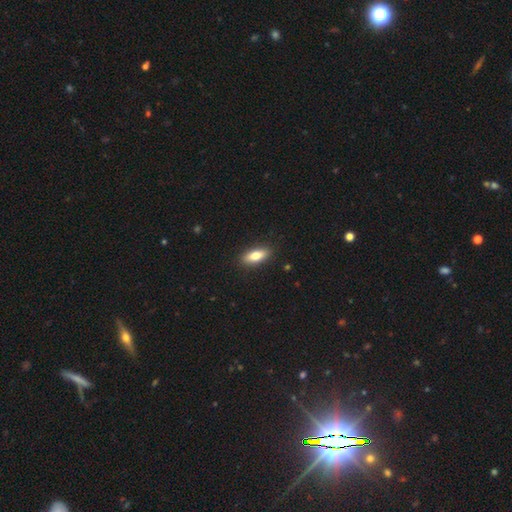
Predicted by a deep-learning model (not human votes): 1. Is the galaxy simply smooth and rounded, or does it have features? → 78% smooth, 16% featured or disk, 6% star or artifact.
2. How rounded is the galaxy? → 75% in between, 22% cigar-shaped, 3% round.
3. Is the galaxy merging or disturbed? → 89% none, 8% minor disturbance, 2% major disturbance, 1% merger.